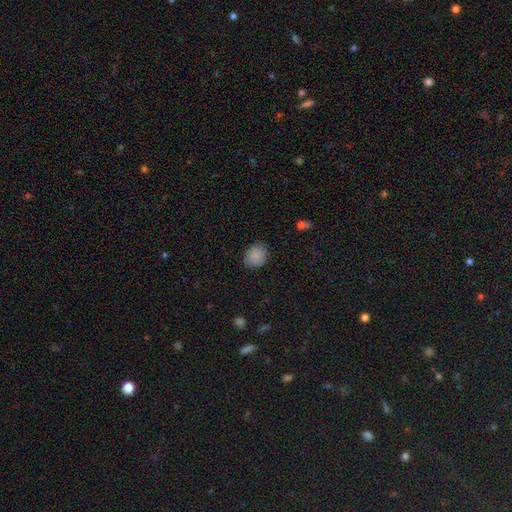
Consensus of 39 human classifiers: Morphology: type=smooth (85%); roundness=round (61%); merging=none (71%).